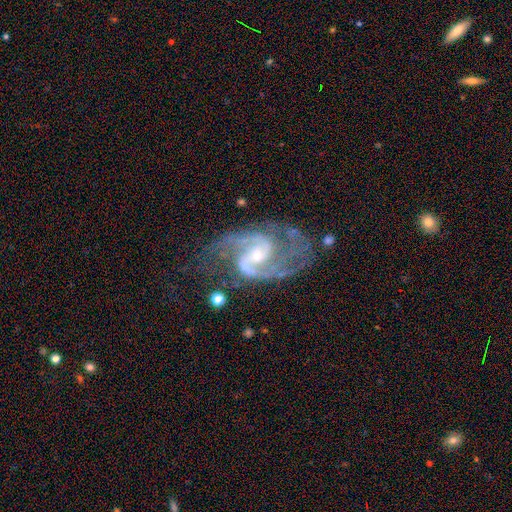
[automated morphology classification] featured or disk 92%, star or artifact 5%, smooth 3%. Down the decision tree: edge-on disk — no (98%); bar — weak (46%); spiral arms — yes (98%); spiral arm count — 2 (86%); spiral winding — medium (59%); bulge size — small (59%); merging — none (57%).